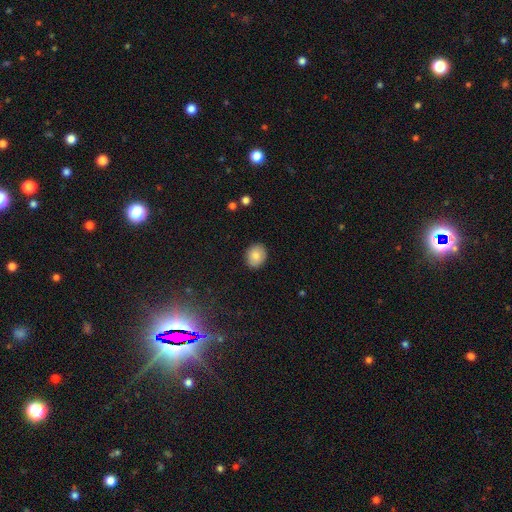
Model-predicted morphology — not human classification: smooth 82%, featured or disk 10%, star or artifact 9%. Down the decision tree: how rounded — round (59%); merging — none (89%).